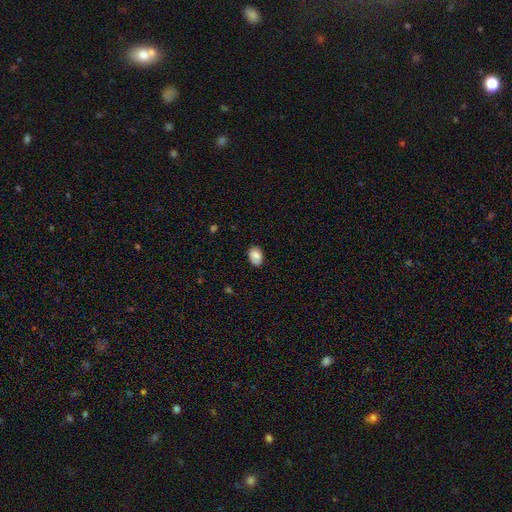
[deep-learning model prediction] Smooth or featured? Predicted: smooth (p=0.79). How rounded? Predicted: in between (p=0.82). Merging? Predicted: none (p=0.80).